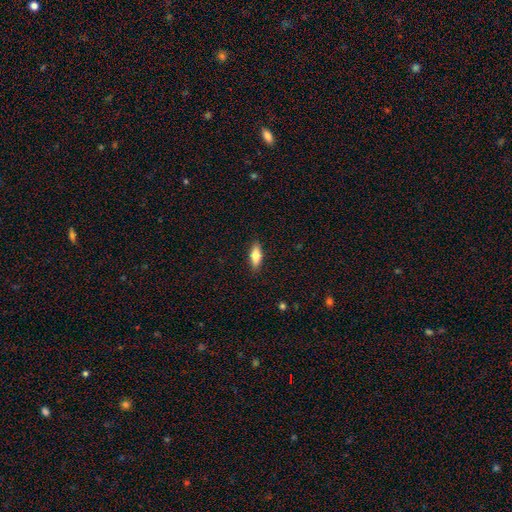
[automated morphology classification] type=smooth (76%); roundness=in between (67%); merging=none (88%).